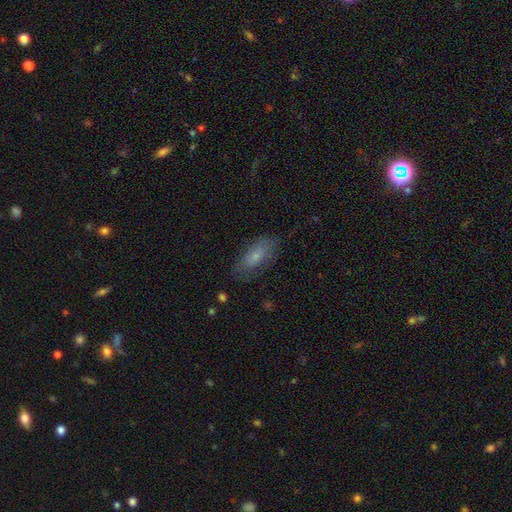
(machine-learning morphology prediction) type=smooth (64%); roundness=in between (84%); merging=none (69%).